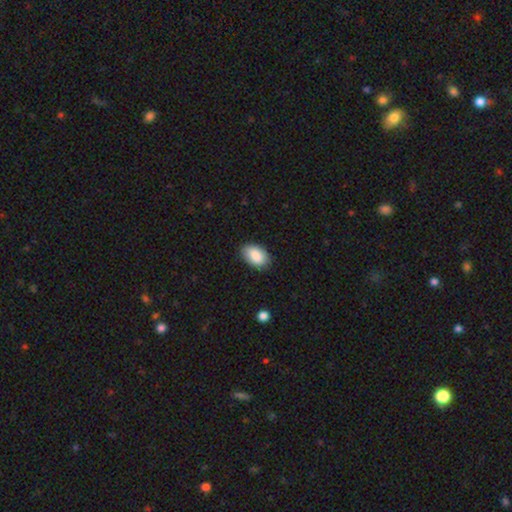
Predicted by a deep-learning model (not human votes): A smooth galaxy with no disk features (88%) that is in between round and cigar-shaped (93%).

Vote fractions:
- Smooth or featured? smooth: 88% / star or artifact: 6% / featured or disk: 6%
- How rounded? in between: 93% / round: 5% / cigar-shaped: 1%
- Merging? none: 85% / minor disturbance: 11% / major disturbance: 2% / merger: 1%